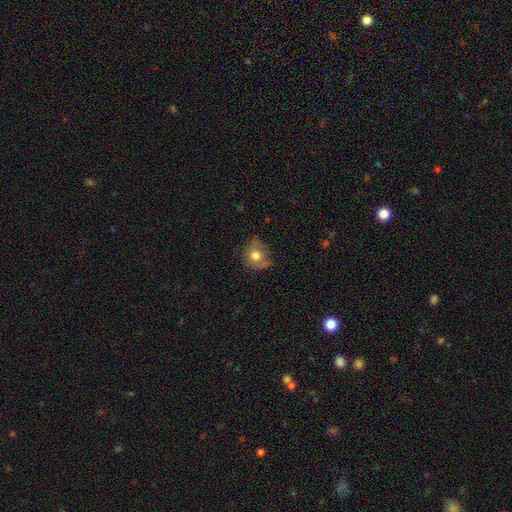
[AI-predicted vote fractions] smooth_or_featured: smooth (p=0.75) [alt: featured or disk p=0.16]
how_rounded: round (p=0.73) [alt: in between p=0.25]
merging: none (p=0.58) [alt: minor disturbance p=0.30]